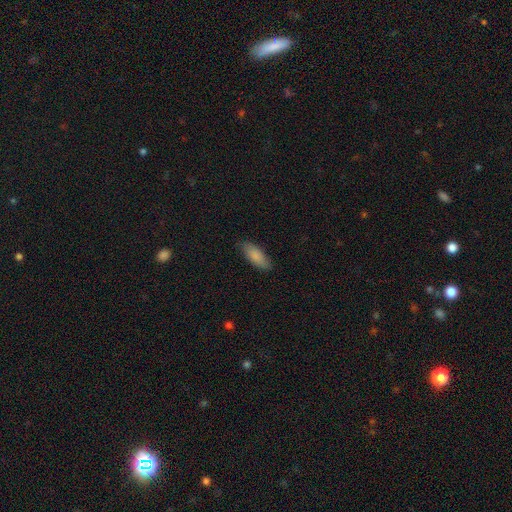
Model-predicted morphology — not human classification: Q: Smooth or featured?
A: smooth (86%); runner-up: featured or disk (8%)
Q: How rounded?
A: in between (75%); runner-up: cigar-shaped (23%)
Q: Merging?
A: none (85%); runner-up: minor disturbance (12%)